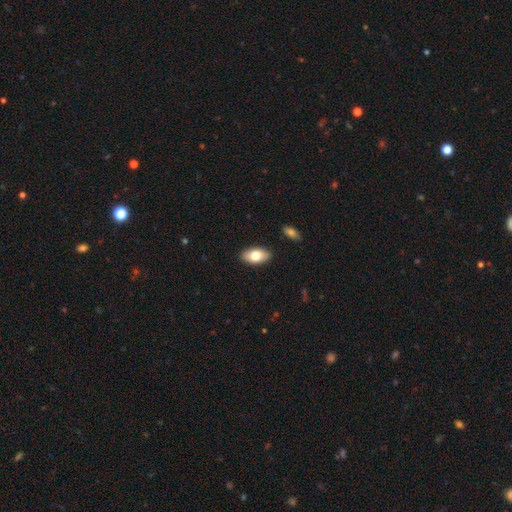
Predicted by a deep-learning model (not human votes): This appears to be a smooth galaxy with no disk features (77%) that is in between round and cigar-shaped (93%). Merging: none (89%).